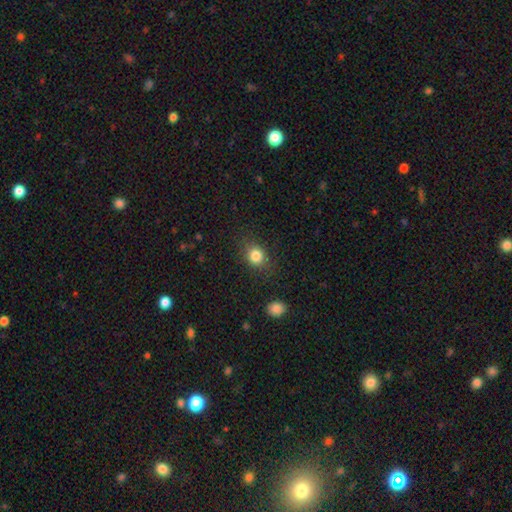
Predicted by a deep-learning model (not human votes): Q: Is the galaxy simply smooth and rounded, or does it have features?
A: smooth — 83%.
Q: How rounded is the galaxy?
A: round — 67%.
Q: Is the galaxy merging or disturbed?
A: none — 80%.